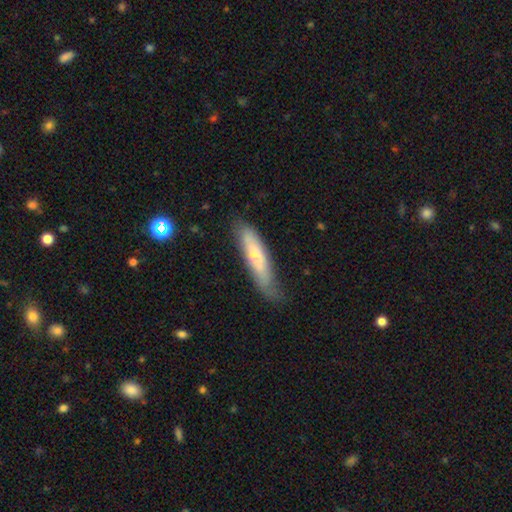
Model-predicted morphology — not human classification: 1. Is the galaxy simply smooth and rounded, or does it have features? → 68% smooth, 27% featured or disk, 6% star or artifact.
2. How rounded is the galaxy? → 80% cigar-shaped, 19% in between, 1% round.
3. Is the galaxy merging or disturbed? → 64% none, 27% minor disturbance, 8% major disturbance, 2% merger.